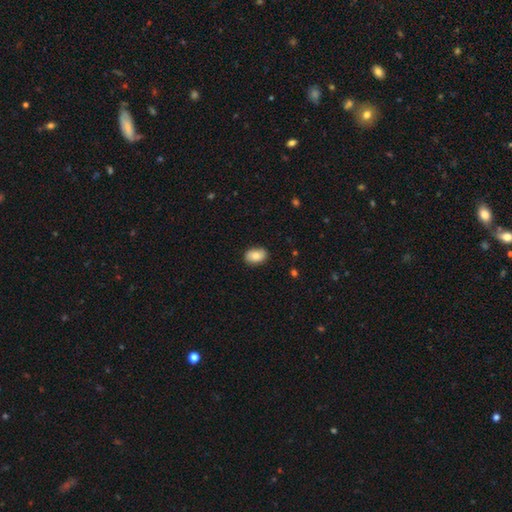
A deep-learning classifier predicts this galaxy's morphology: smooth-or-featured: smooth: 83% | featured or disk: 10% | star or artifact: 7%
  how-rounded: in between: 87% | round: 11% | cigar-shaped: 1%
  merging: none: 85% | minor disturbance: 12% | major disturbance: 2% | merger: 1%